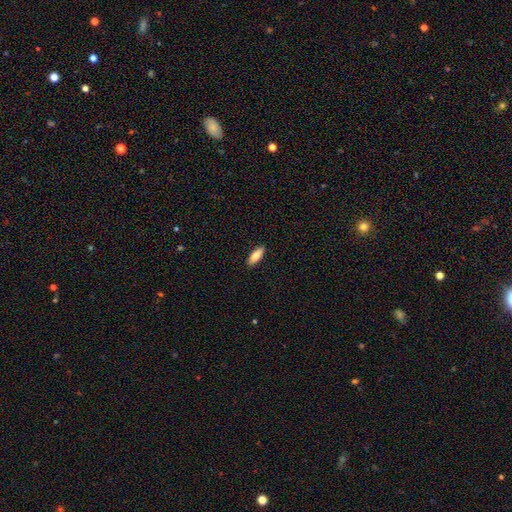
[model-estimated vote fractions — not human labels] A smooth galaxy with no disk features (81%) that is in between round and cigar-shaped (65%).

Vote fractions:
- Smooth or featured? smooth: 81% / featured or disk: 13% / star or artifact: 6%
- How rounded? in between: 65% / cigar-shaped: 34% / round: 2%
- Merging? none: 90% / minor disturbance: 8% / major disturbance: 2% / merger: 1%